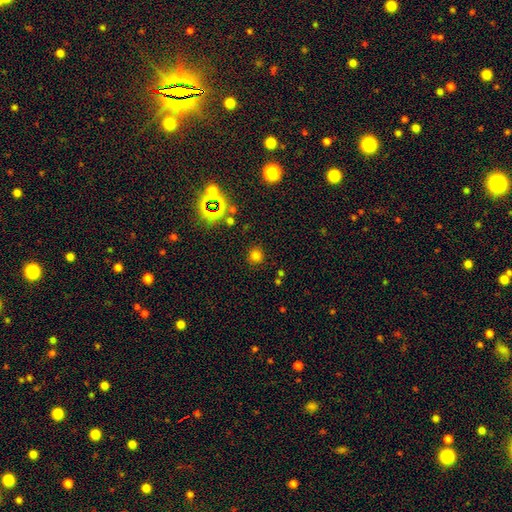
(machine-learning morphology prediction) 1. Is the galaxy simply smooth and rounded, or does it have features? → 73% smooth, 21% star or artifact, 6% featured or disk.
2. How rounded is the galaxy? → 89% round, 10% in between, 1% cigar-shaped.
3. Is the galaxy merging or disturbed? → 86% none, 8% minor disturbance, 3% major disturbance, 3% merger.